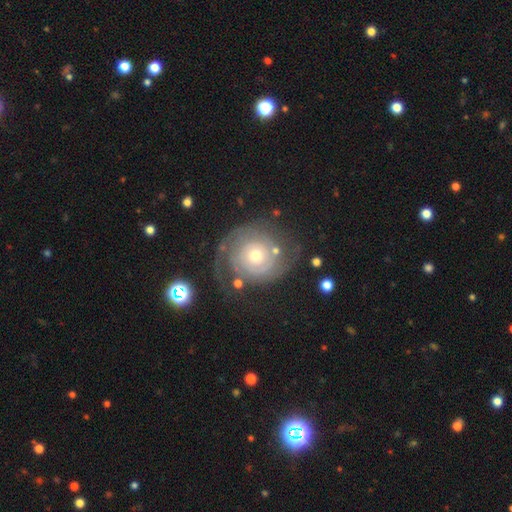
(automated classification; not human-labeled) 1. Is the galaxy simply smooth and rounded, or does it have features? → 82% featured or disk, 11% smooth, 7% star or artifact.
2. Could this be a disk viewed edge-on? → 98% no, 2% yes.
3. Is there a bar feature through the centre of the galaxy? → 82% no, 15% weak, 3% strong.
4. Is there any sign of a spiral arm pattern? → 92% yes, 8% no.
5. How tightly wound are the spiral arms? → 70% tight, 22% medium, 8% loose.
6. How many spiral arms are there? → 53% 2, 23% can't tell, 10% 3, 7% 1, 4% 4, 4% more than 4.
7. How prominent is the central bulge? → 59% moderate, 34% small, 5% large, 1% dominant, 1% none.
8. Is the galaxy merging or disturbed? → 68% none, 16% minor disturbance, 12% major disturbance, 4% merger.